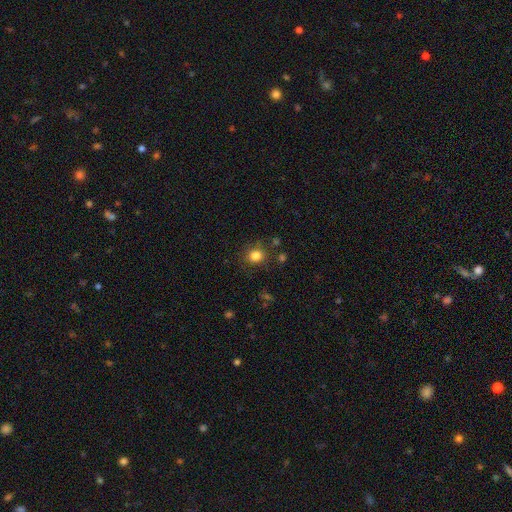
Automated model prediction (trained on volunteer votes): Smooth or featured? Predicted: smooth (p=0.82). How rounded? Predicted: round (p=0.81). Merging? Predicted: none (p=0.81).